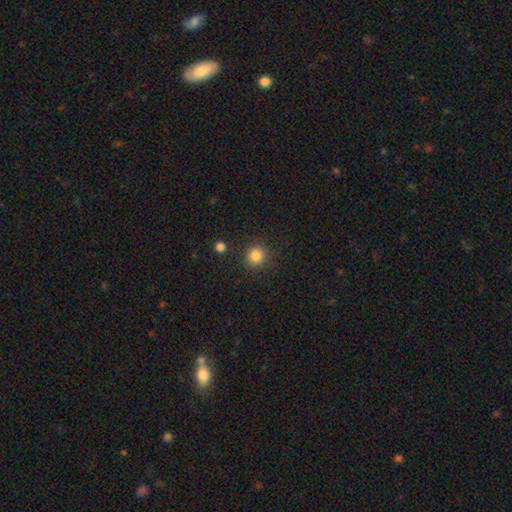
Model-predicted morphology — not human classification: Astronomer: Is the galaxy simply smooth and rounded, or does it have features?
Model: smooth — 84%.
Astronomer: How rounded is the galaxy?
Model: round — 93%.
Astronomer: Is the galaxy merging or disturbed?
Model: none — 88%.